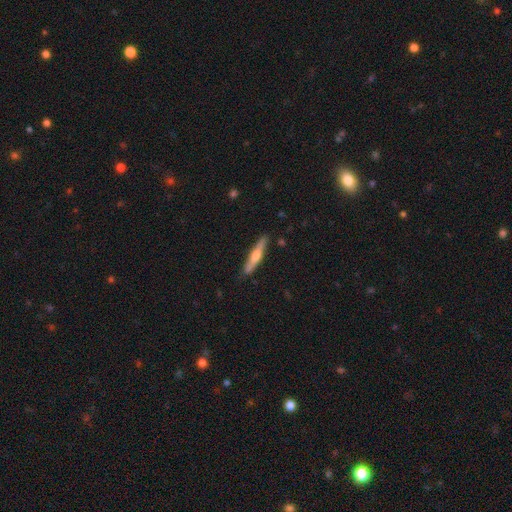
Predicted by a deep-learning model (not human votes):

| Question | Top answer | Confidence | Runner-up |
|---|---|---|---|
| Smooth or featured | featured or disk | 51% | smooth (44%) |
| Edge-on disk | yes | 95% | no (5%) |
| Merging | none | 86% | minor disturbance (10%) |